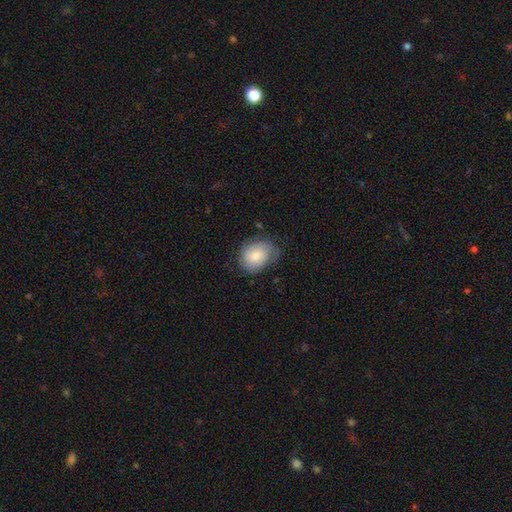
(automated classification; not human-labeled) Smooth or featured? smooth (69%)
How rounded? in between (54%)
Merging? none (59%)